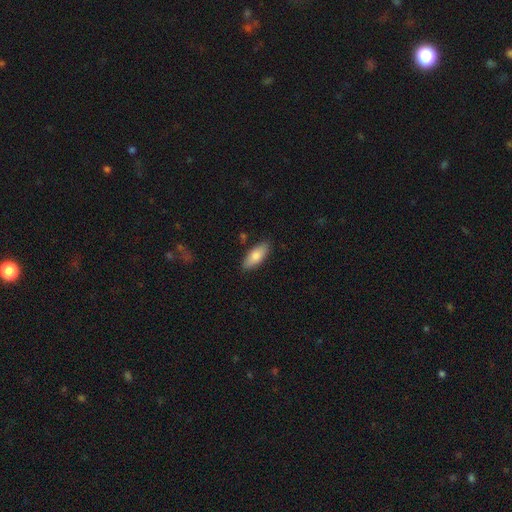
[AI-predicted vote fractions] Q: Smooth or featured?
A: smooth (78%); runner-up: featured or disk (16%)
Q: How rounded?
A: in between (78%); runner-up: cigar-shaped (20%)
Q: Merging?
A: none (86%); runner-up: minor disturbance (10%)